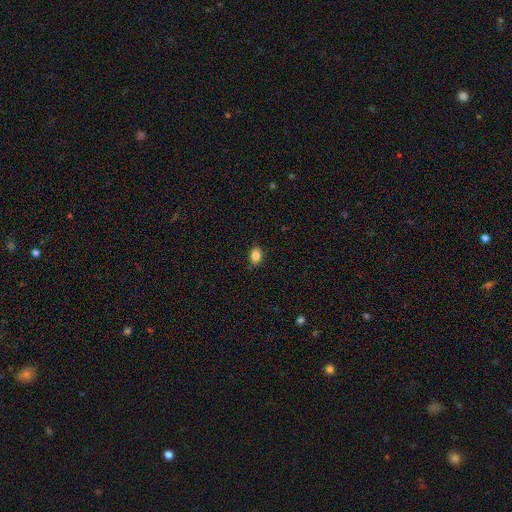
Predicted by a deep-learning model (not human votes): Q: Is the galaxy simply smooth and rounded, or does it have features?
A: smooth — 85%.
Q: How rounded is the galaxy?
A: in between — 75%.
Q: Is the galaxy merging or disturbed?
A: none — 83%.